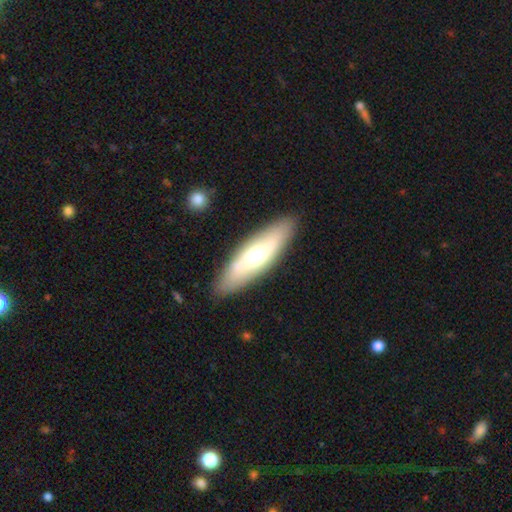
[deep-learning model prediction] Smooth or featured: smooth — 48% (featured or disk — 47%)
Merging: none — 89% (minor disturbance — 8%)